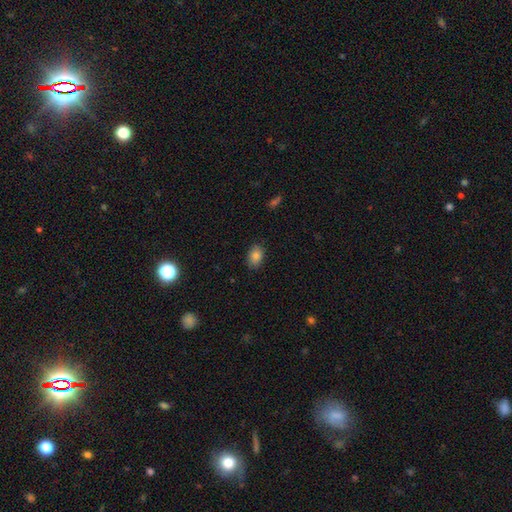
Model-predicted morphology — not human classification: This is clearly a smooth galaxy (83%). How rounded: clearly in between (82%). Merging: clearly none (84%).